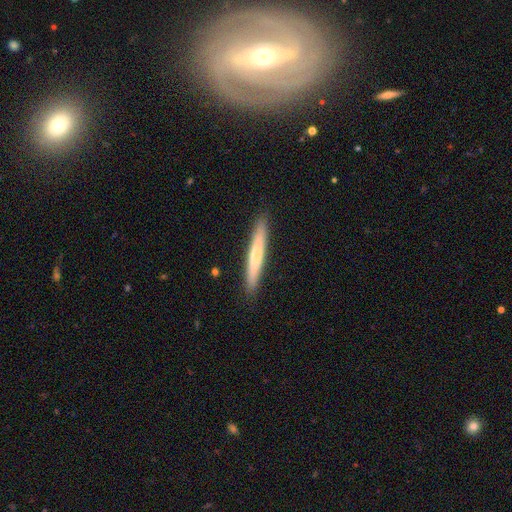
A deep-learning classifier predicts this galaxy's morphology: The model was most divided on "smooth or featured": smooth: 61%, featured or disk: 34%, star or artifact: 5%. More confident: how rounded — cigar-shaped (95%); merging — none (90%).